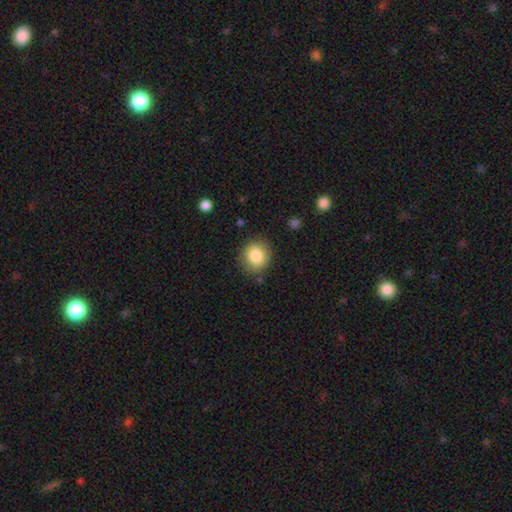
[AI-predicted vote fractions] Overall: smooth (84%). How rounded: round (82%). Merging: none (85%).